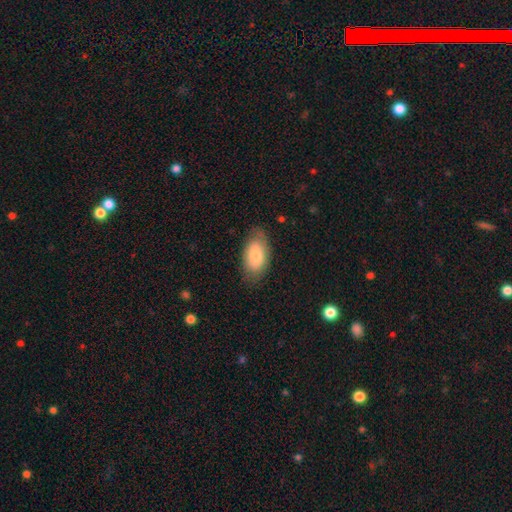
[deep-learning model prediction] Q: Smooth or featured?
A: smooth (79%); runner-up: featured or disk (15%)
Q: How rounded?
A: in between (93%); runner-up: round (5%)
Q: Merging?
A: none (76%); runner-up: minor disturbance (18%)